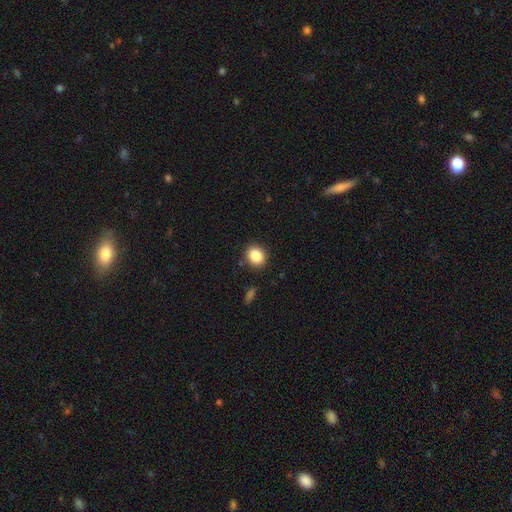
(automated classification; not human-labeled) Smooth or featured? Predicted: smooth (p=0.86). How rounded? Predicted: round (p=0.67). Merging? Predicted: none (p=0.88).